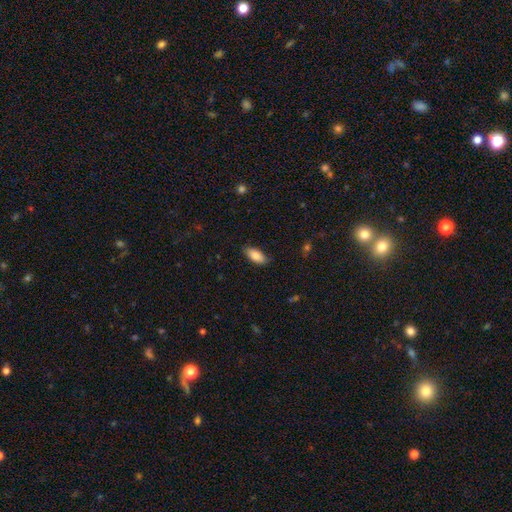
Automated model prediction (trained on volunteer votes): Smooth or featured? Predicted: smooth (p=0.84). How rounded? Predicted: in between (p=0.87). Merging? Predicted: none (p=0.84).